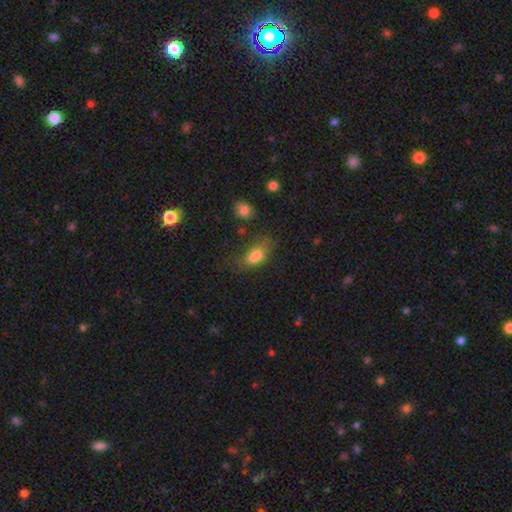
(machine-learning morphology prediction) Q: Smooth or featured?
A: smooth (75%); runner-up: featured or disk (13%)
Q: How rounded?
A: in between (82%); runner-up: cigar-shaped (9%)
Q: Merging?
A: none (38%); runner-up: minor disturbance (28%)